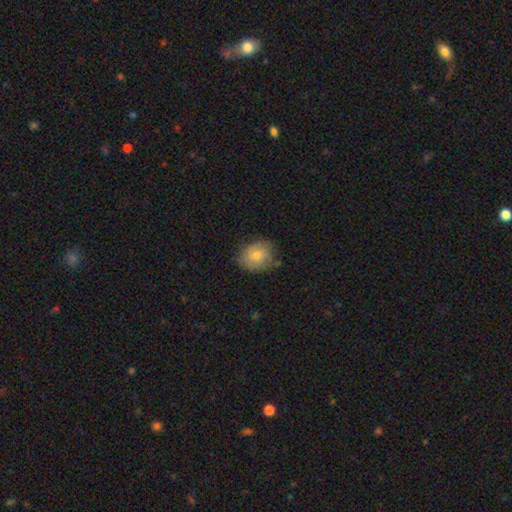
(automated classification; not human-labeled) Smooth or featured? smooth (65%)
How rounded? round (57%)
Merging? none (68%)